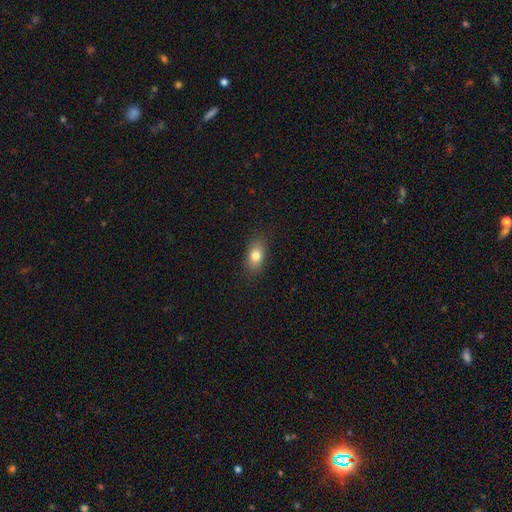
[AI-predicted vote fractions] A smooth galaxy with no disk features (80%) that is in between round and cigar-shaped (83%). Merging: none (86%).